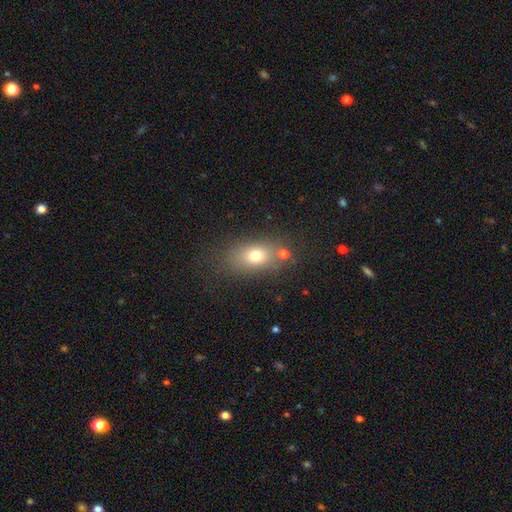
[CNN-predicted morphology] Q: Smooth or featured?
A: smooth (72%); runner-up: featured or disk (14%)
Q: How rounded?
A: in between (74%); runner-up: round (23%)
Q: Merging?
A: none (68%); runner-up: minor disturbance (14%)